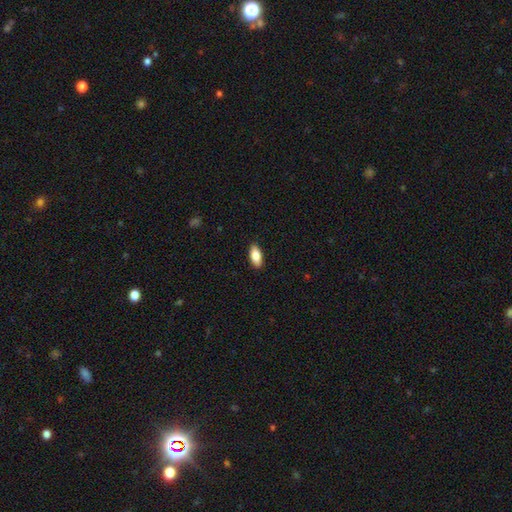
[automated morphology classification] smooth_or_featured: smooth (p=0.84) [alt: featured or disk p=0.09]
how_rounded: in between (p=0.88) [alt: cigar-shaped p=0.09]
merging: none (p=0.89) [alt: minor disturbance p=0.08]